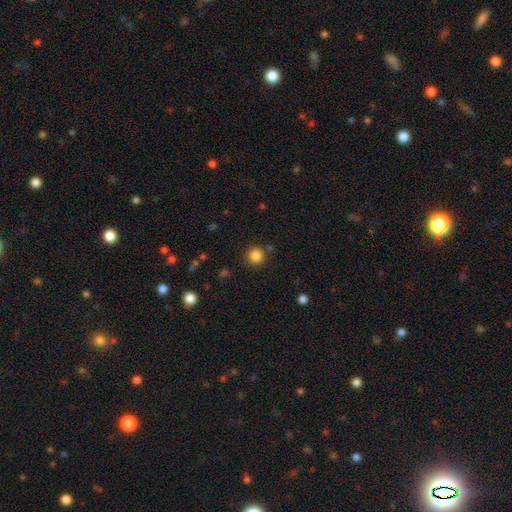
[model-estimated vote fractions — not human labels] Overall: smooth (85%). How rounded: round (94%). Merging: none (86%).